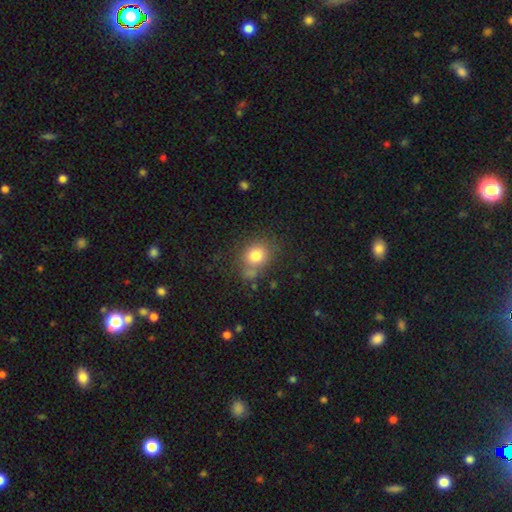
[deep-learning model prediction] Morphology: type=smooth (79%); roundness=round (61%); merging=none (61%).